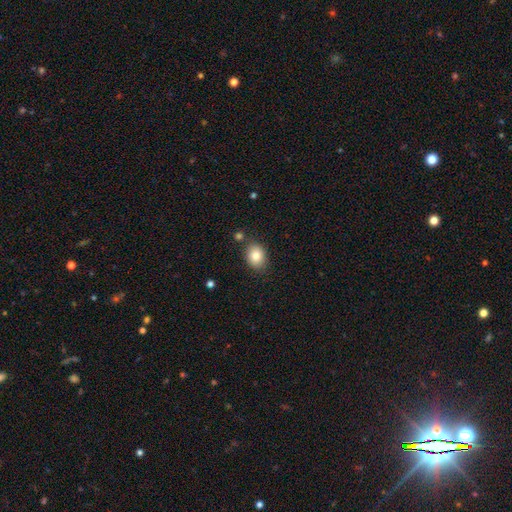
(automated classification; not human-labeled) A smooth galaxy with no disk features (84%) that is in between round and cigar-shaped (56%). Merging: none (80%).